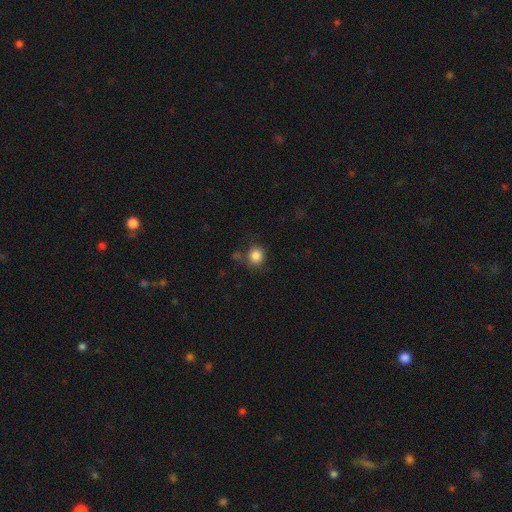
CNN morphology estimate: type=smooth (85%); roundness=round (87%); merging=none (71%).